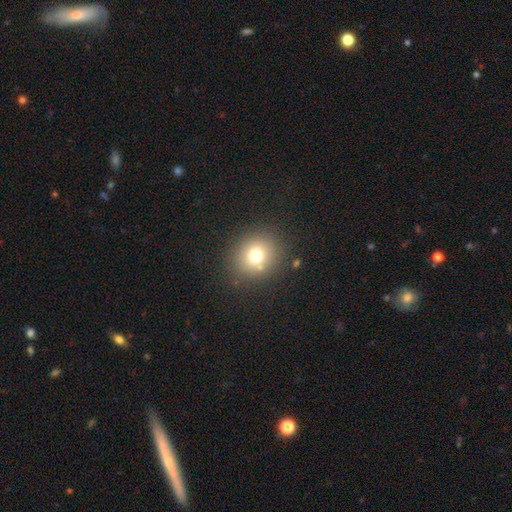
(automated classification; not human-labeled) smooth 72%, star or artifact 15%, featured or disk 12%. Down the decision tree: how rounded — round (81%); merging — none (83%).